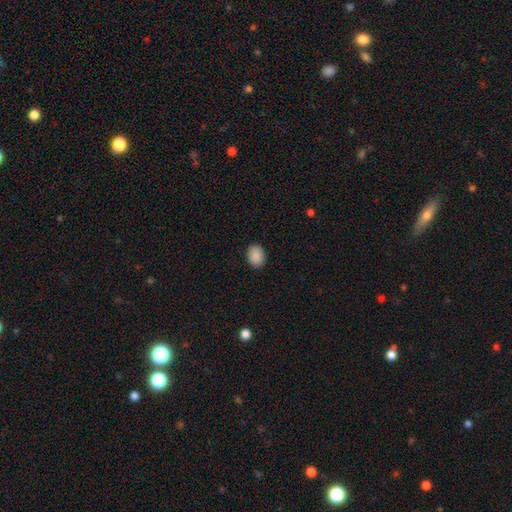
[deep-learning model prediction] Q: Smooth or featured?
A: smooth (90%); runner-up: star or artifact (8%)
Q: How rounded?
A: in between (72%); runner-up: round (27%)
Q: Merging?
A: none (89%); runner-up: minor disturbance (8%)